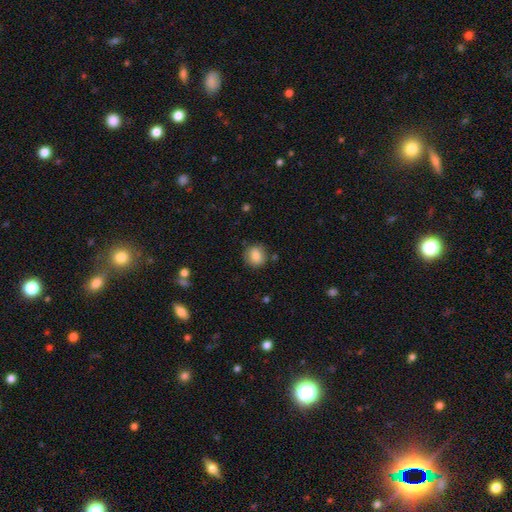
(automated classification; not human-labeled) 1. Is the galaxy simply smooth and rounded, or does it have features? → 84% smooth, 9% star or artifact, 7% featured or disk.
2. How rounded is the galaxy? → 79% round, 20% in between, 1% cigar-shaped.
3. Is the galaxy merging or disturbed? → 80% none, 14% minor disturbance, 3% major disturbance, 3% merger.